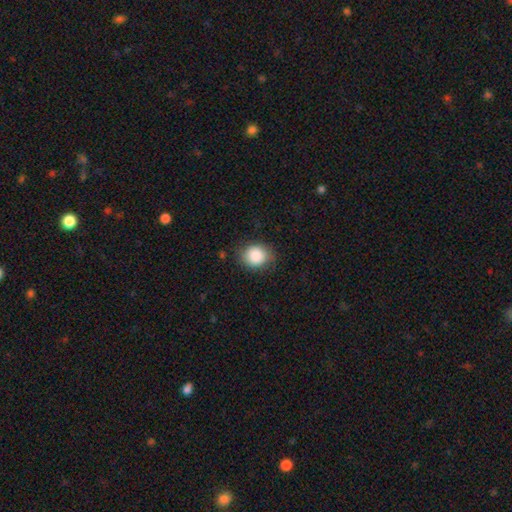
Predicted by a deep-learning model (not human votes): The model was most divided on "how rounded": round: 71%, in between: 29%, cigar-shaped: 1%. More confident: smooth or featured — smooth (87%); merging — none (79%).